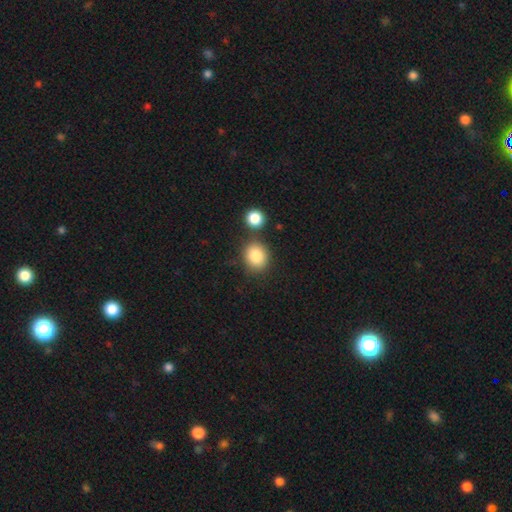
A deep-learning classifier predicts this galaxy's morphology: Smooth or featured? Predicted: smooth (p=0.84). How rounded? Predicted: round (p=0.69). Merging? Predicted: none (p=0.72).